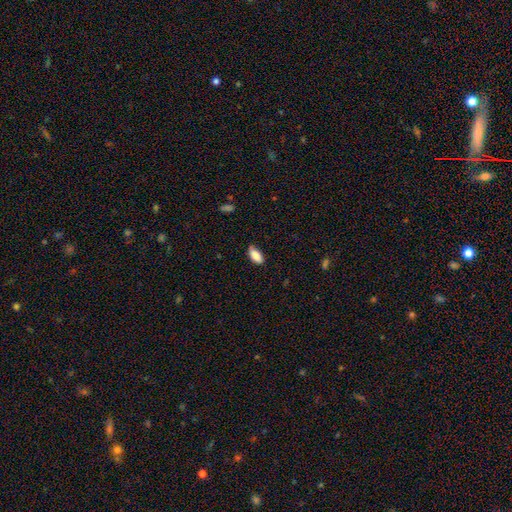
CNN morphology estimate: This is clearly a smooth galaxy (86%). How rounded: clearly in between (91%). Merging: likely none (78%).